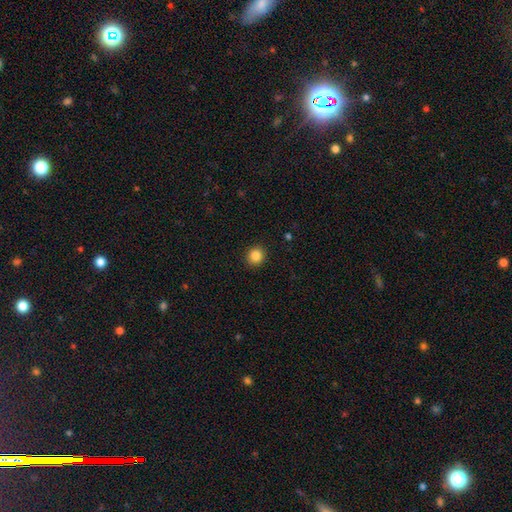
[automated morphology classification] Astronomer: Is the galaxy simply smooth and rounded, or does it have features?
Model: smooth — 87%.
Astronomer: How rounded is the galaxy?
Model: round — 89%.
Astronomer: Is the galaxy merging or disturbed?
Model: none — 92%.